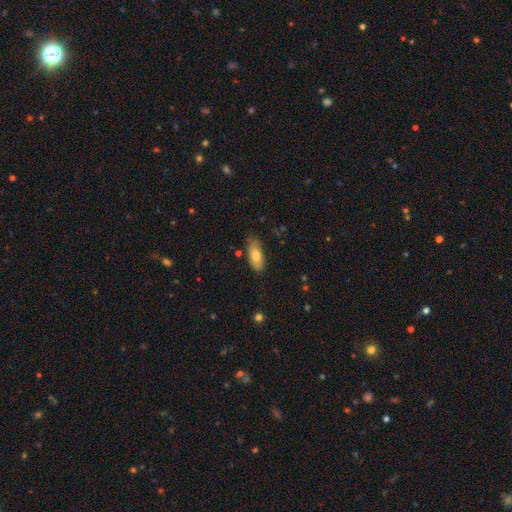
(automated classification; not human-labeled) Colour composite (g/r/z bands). It shows a smooth galaxy with no disk features (77%) that is in between round and cigar-shaped (79%). Merging: none (78%).